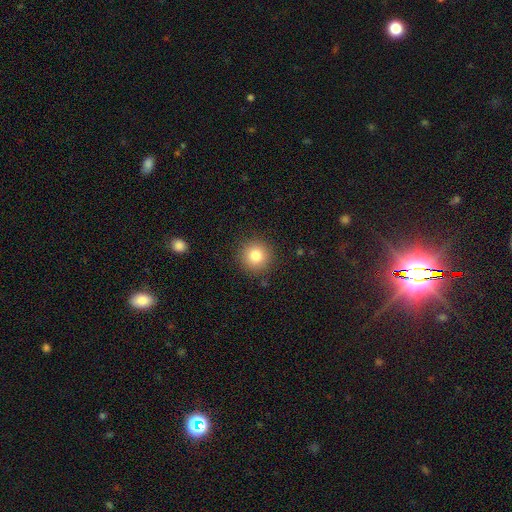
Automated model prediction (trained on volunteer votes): A smooth galaxy with no disk features (82%) that is round (95%). Merging: none (90%).